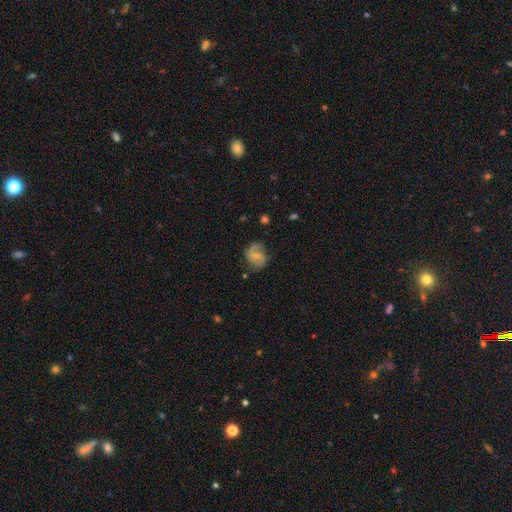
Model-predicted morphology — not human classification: Overall: featured or disk (69%). Edge-on disk: no (98%). Bar: weak (50%; no 37%). Spiral arms: yes (91%). Spiral arm count: 2 (87%). Spiral winding: medium (45%; loose 40%). Bulge size: small (48%; none 25%). Merging: none (71%).